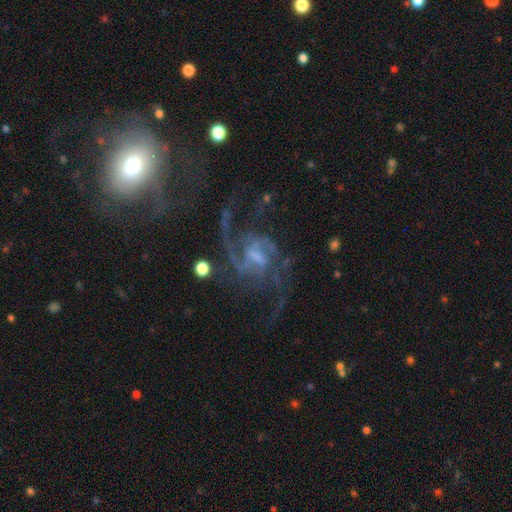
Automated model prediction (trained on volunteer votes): smooth-or-featured: featured or disk: 85% | star or artifact: 8% | smooth: 7%
  disk-edge-on: no: 98% | yes: 2%
    bar: weak: 54% | no: 25% | strong: 21%
    has-spiral-arms: yes: 93% | no: 7%
      spiral-winding: loose: 45% | medium: 43% | tight: 12%
      spiral-arm-count: 2: 38% | 3: 20% | can't tell: 18% | 4: 9% | 1: 8% | more than 4: 7%
    bulge-size: small: 37% | moderate: 33% | none: 22% | large: 6% | dominant: 2%
  merging: none: 44% | major disturbance: 36% | minor disturbance: 15% | merger: 4%